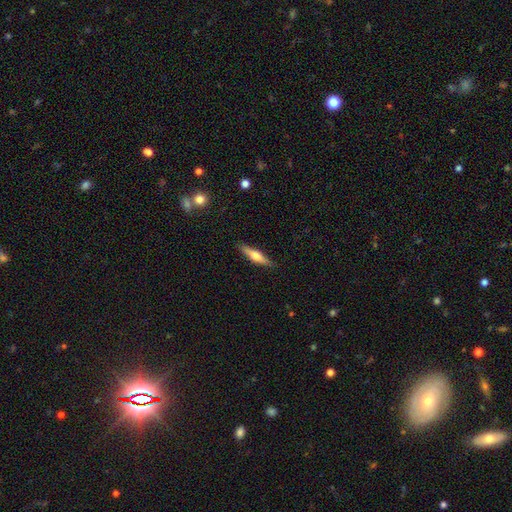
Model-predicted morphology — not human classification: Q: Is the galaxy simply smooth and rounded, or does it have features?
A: smooth — 52%.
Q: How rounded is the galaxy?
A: cigar-shaped — 80%.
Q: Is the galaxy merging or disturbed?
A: none — 87%.